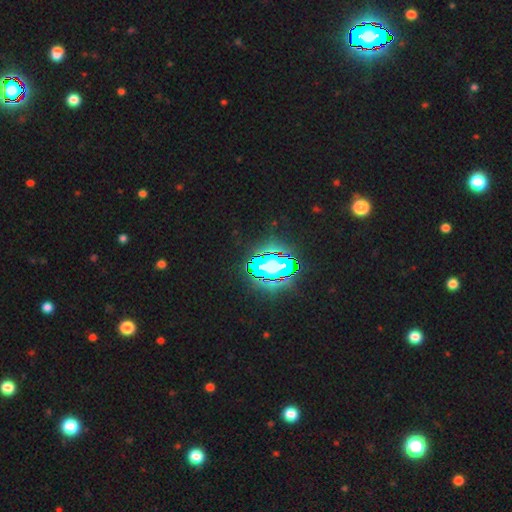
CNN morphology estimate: Smooth or featured? Predicted: star or artifact (p=0.71).